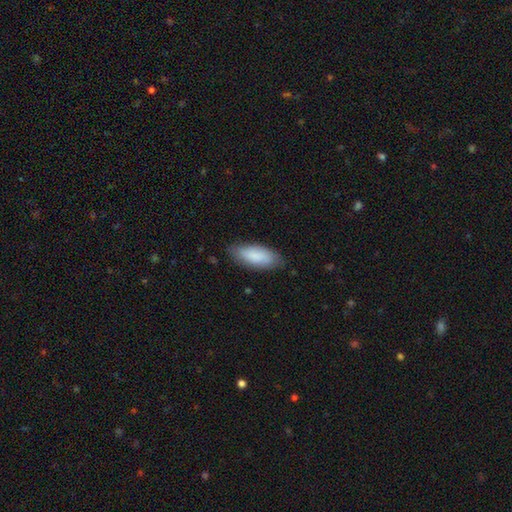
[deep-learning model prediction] Smooth or featured? Predicted: smooth (p=0.85). How rounded? Predicted: in between (p=0.79). Merging? Predicted: none (p=0.79).